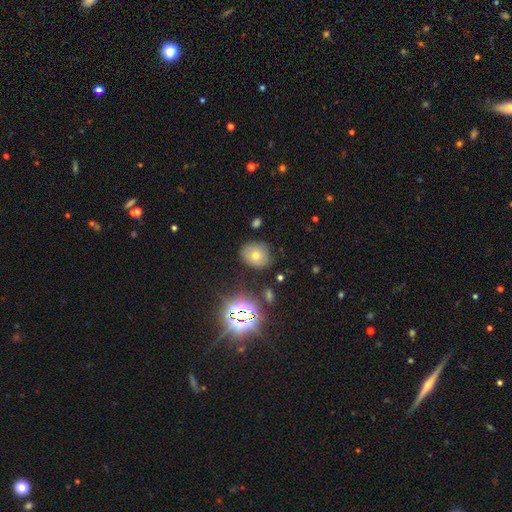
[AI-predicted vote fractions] A smooth galaxy with no disk features (55%) that is round (66%).

Vote fractions:
- Smooth or featured? smooth: 55% / star or artifact: 23% / featured or disk: 22%
- How rounded? round: 66% / in between: 33% / cigar-shaped: 1%
- Merging? none: 79% / minor disturbance: 15% / major disturbance: 4% / merger: 2%